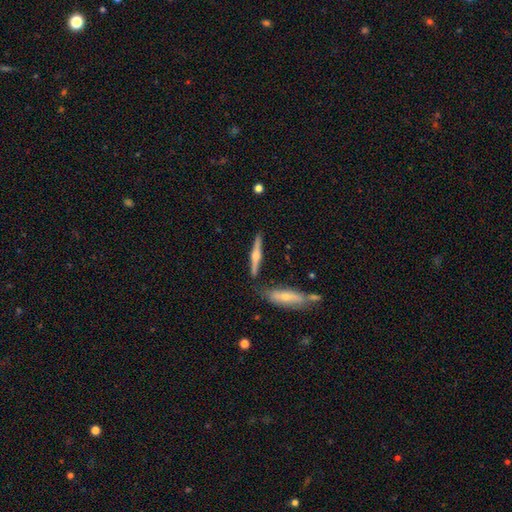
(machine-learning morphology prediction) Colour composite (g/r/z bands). It shows a featured or disk galaxy (68%) viewed edge-on (96%) with a rounded central bulge (89%). Merging: none (79%).